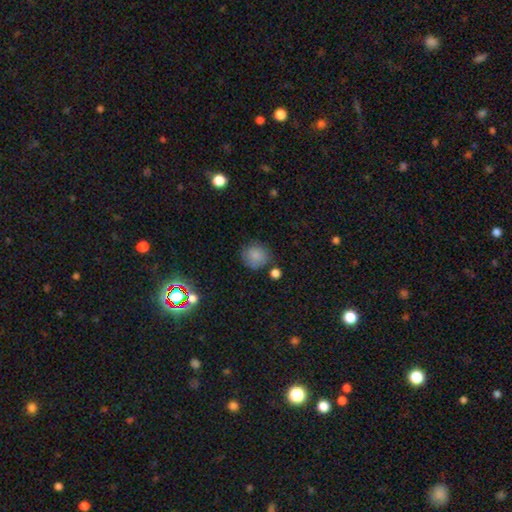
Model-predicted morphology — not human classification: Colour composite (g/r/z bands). It shows a smooth galaxy with no disk features (84%) that is round (85%). Merging: none (71%).